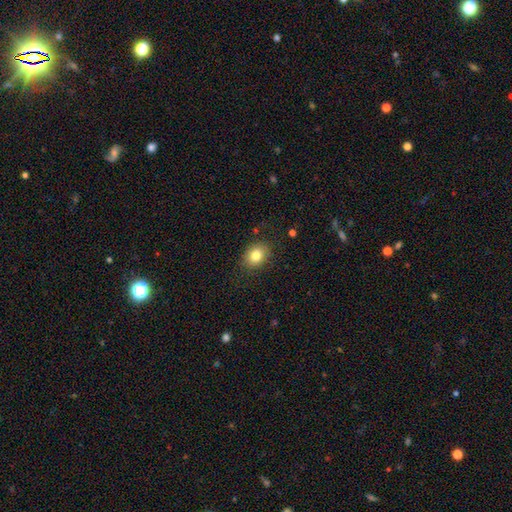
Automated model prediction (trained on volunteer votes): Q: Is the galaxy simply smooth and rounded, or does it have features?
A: smooth — 81%.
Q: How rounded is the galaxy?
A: in between — 59%.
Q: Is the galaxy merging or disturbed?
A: none — 83%.